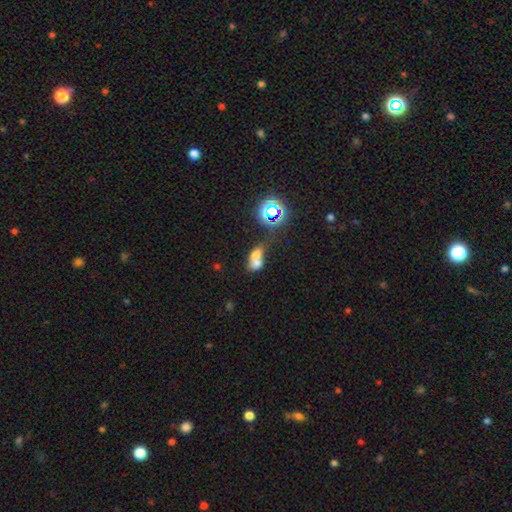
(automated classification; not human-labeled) Smooth or featured?
  - smooth: 59% *
  - featured or disk: 24%
  - star or artifact: 17%
How rounded?
  - in between: 62% *
  - round: 34%
  - cigar-shaped: 4%
Merging?
  - merger: 70% *
  - none: 18%
  - minor disturbance: 7%
  - major disturbance: 5%